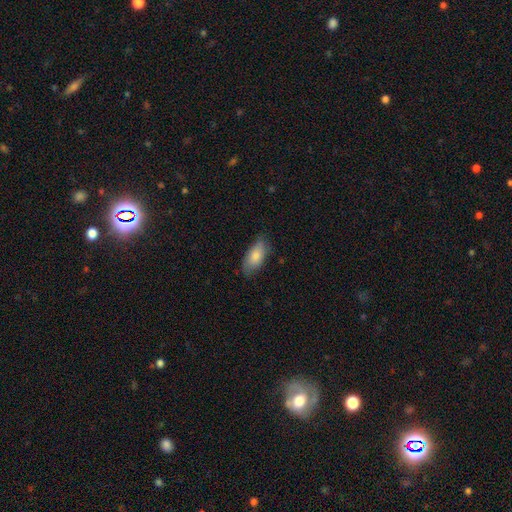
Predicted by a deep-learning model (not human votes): smooth_or_featured: smooth (p=0.83) [alt: featured or disk p=0.11]
how_rounded: in between (p=0.90) [alt: cigar-shaped p=0.07]
merging: none (p=0.76) [alt: minor disturbance p=0.20]